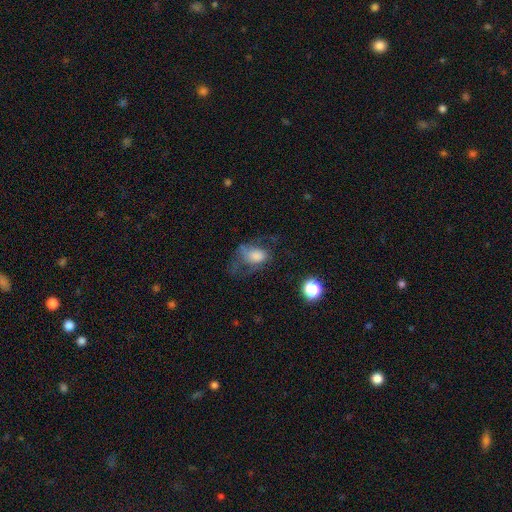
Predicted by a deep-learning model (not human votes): smooth_or_featured: smooth (p=0.55) [alt: featured or disk p=0.34]
how_rounded: in between (p=0.71) [alt: round p=0.27]
merging: major disturbance (p=0.45) [alt: none p=0.31]